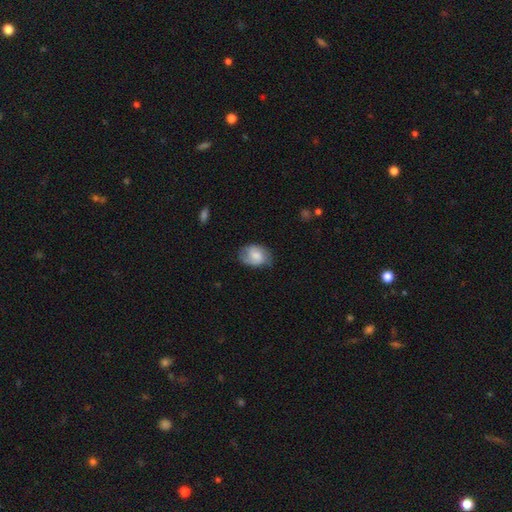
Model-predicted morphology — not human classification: Q: Smooth or featured?
A: featured or disk (47%); runner-up: smooth (46%)
Q: Merging?
A: none (64%); runner-up: minor disturbance (27%)